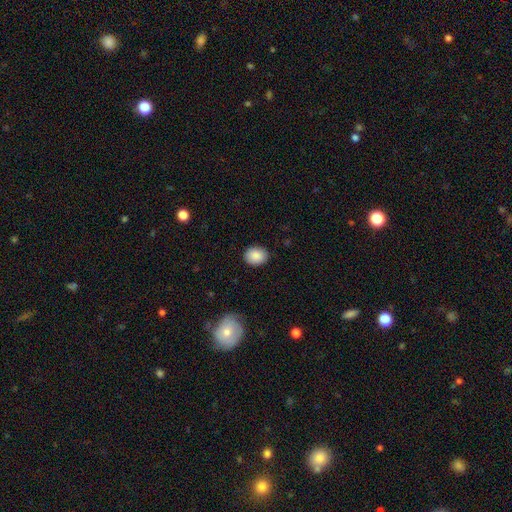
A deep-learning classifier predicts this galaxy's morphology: smooth_or_featured: smooth (p=0.89) [alt: star or artifact p=0.08]
how_rounded: in between (p=0.52) [alt: round p=0.48]
merging: none (p=0.87) [alt: minor disturbance p=0.10]